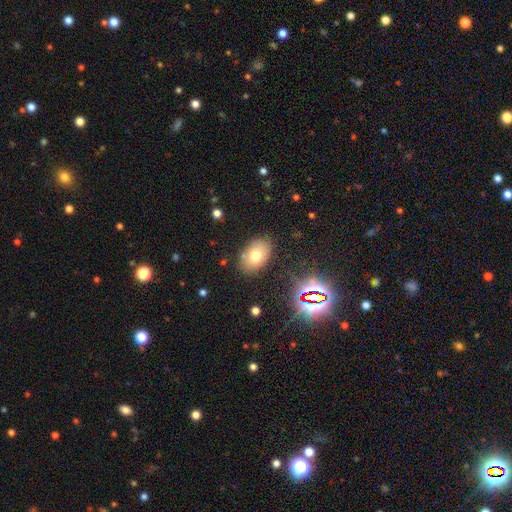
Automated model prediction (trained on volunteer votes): Overall: smooth (71%). How rounded: in between (84%). Merging: none (83%).